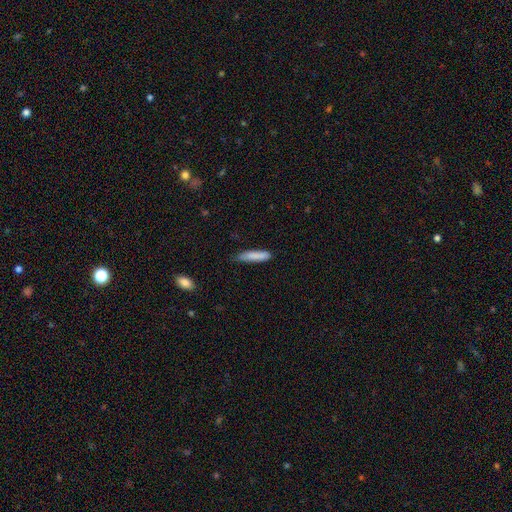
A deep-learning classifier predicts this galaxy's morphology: The model was most divided on "merging": none: 73%, minor disturbance: 22%, major disturbance: 3%, merger: 2%. More confident: smooth or featured — smooth (85%); how rounded — cigar-shaped (82%).